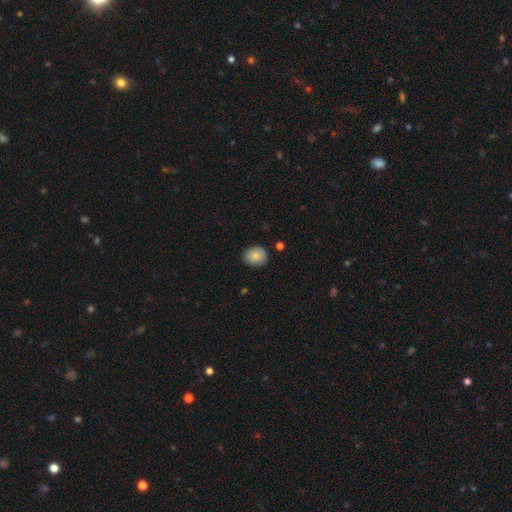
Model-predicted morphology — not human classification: A smooth galaxy with no disk features (86%) that is round (65%).

Vote fractions:
- Smooth or featured? smooth: 86% / star or artifact: 8% / featured or disk: 6%
- How rounded? round: 65% / in between: 35% / cigar-shaped: 1%
- Merging? none: 84% / minor disturbance: 12% / major disturbance: 2% / merger: 2%